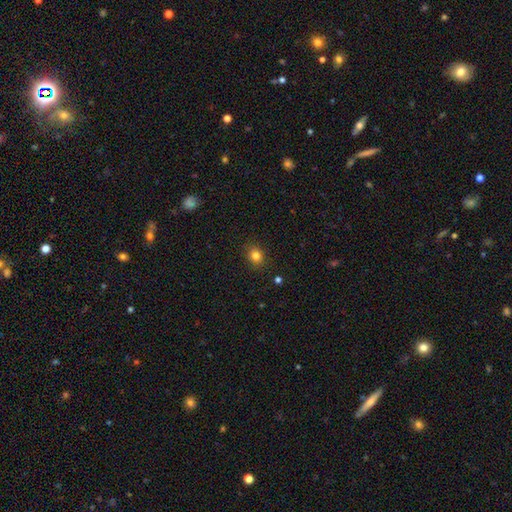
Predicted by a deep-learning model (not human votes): The model was most divided on "how rounded": round: 68%, in between: 31%, cigar-shaped: 1%. More confident: merging — none (89%); smooth or featured — smooth (81%).